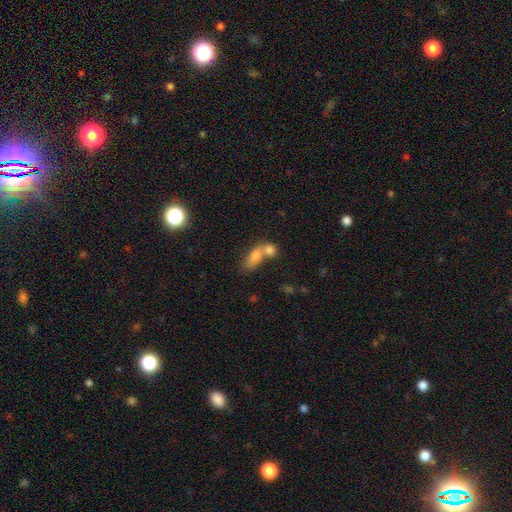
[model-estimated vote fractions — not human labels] smooth 74%, featured or disk 15%, star or artifact 11%. Down the decision tree: how rounded — in between (74%); merging — merger (65%).